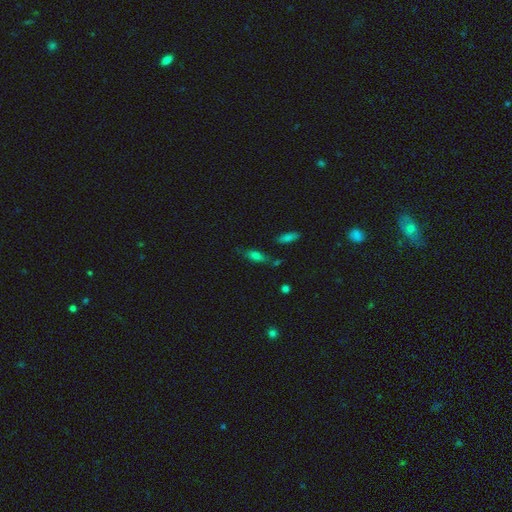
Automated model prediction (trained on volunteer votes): Overall: smooth (70%). How rounded: in between (66%; cigar-shaped 29%). Merging: none (63%).